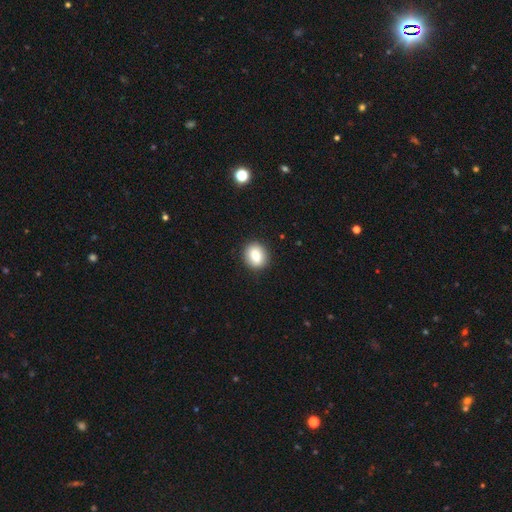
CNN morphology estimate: Overall: smooth (83%). How rounded: round (63%; in between 36%). Merging: none (89%).